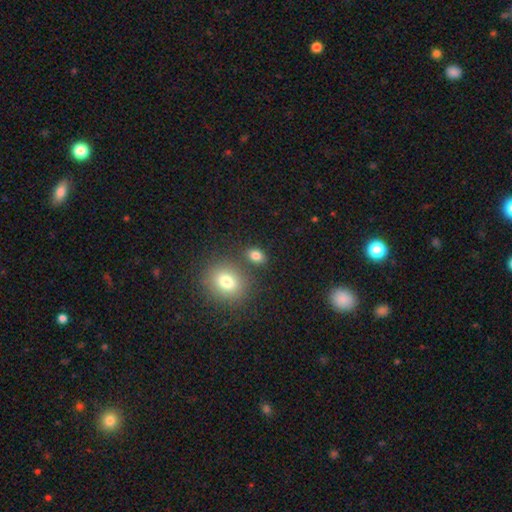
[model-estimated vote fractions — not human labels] Morphology: type=smooth (81%); roundness=in between (74%); merging=none (72%).